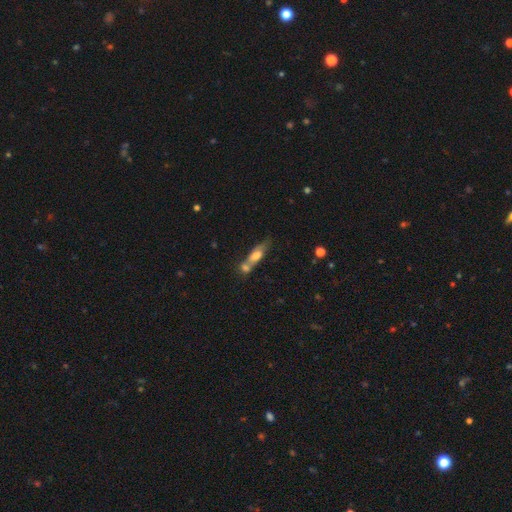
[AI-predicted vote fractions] The model was most divided on "how rounded": in between: 49%, cigar-shaped: 46%, round: 4%. Remaining: smooth or featured — smooth (57%); merging — merger (47%).